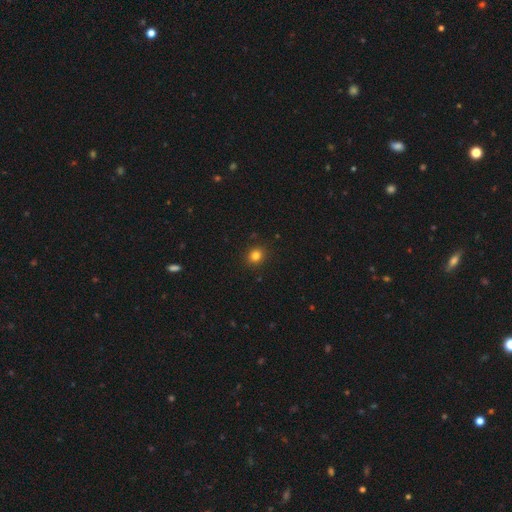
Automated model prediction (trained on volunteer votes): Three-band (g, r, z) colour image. It shows a smooth galaxy with no disk features (82%) that is round (77%). Merging: none (91%).